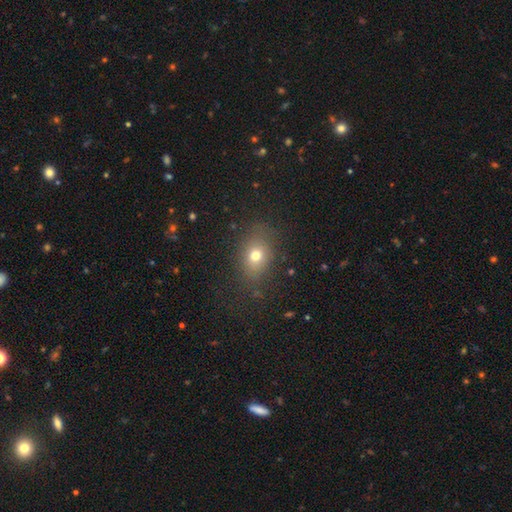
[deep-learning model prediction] Smooth or featured: smooth — 72% (star or artifact — 15%)
How rounded: in between — 59% (round — 40%)
Merging: none — 78% (minor disturbance — 14%)